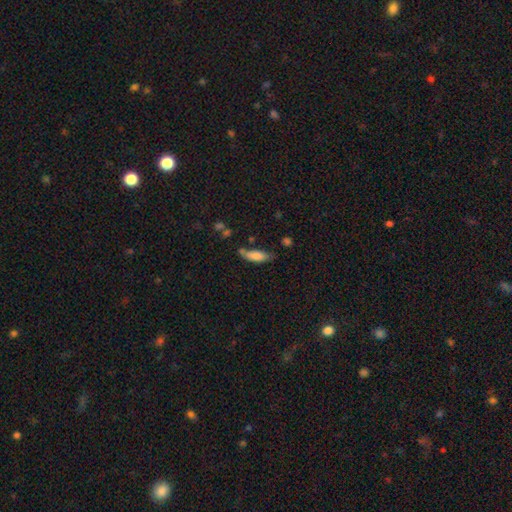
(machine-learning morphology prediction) This appears to be a smooth galaxy with no disk features (80%) that is in between round and cigar-shaped (57%). Merging: none (52%).